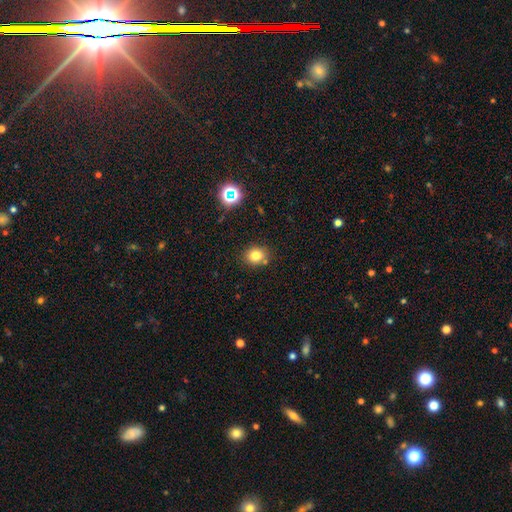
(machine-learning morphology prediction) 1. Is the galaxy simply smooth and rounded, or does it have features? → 78% smooth, 14% star or artifact, 8% featured or disk.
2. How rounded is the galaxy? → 74% round, 25% in between, 1% cigar-shaped.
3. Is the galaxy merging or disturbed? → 80% none, 11% minor disturbance, 7% merger, 3% major disturbance.